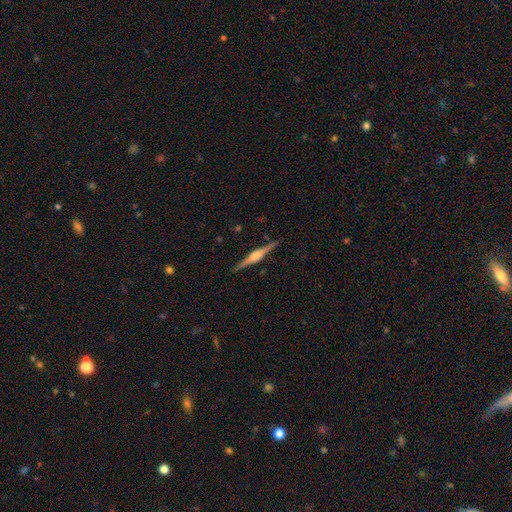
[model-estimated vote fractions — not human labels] Q: Smooth or featured?
A: featured or disk (83%); runner-up: smooth (11%)
Q: Edge-on disk?
A: yes (98%); runner-up: no (2%)
Q: Edge-on bulge?
A: rounded (77%); runner-up: boxy (19%)
Q: Merging?
A: none (91%); runner-up: minor disturbance (7%)